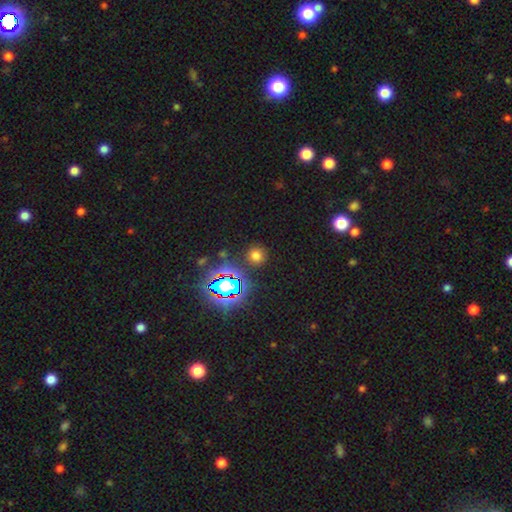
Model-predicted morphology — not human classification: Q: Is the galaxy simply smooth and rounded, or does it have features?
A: smooth — 64%.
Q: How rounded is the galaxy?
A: round — 89%.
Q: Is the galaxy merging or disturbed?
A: none — 87%.